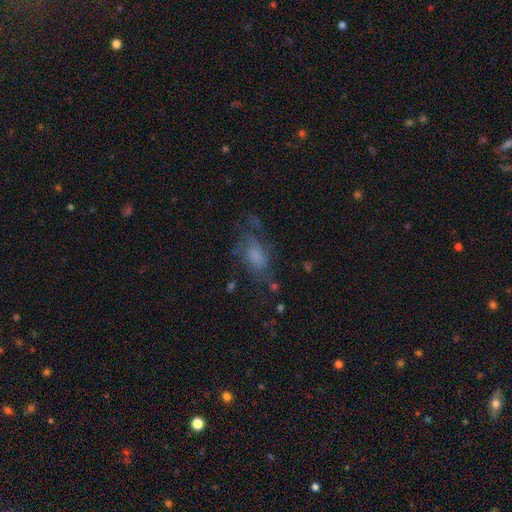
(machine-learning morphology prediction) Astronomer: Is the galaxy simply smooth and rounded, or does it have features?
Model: featured or disk — 46% (runner-up: smooth, 41%).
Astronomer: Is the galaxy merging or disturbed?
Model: none — 47% (runner-up: major disturbance, 27%).